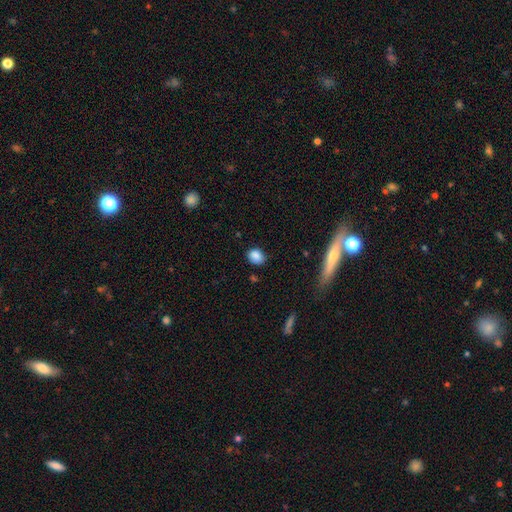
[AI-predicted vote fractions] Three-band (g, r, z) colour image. It shows a smooth galaxy with no disk features (86%) that is round (51%). Merging: none (81%).